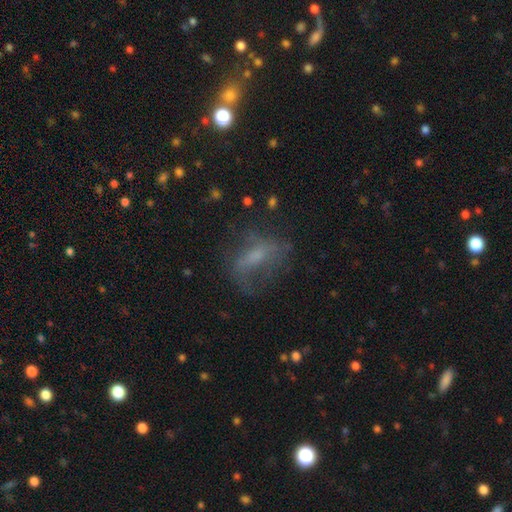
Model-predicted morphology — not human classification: Q: Smooth or featured?
A: smooth (43%); runner-up: featured or disk (40%)
Q: Merging?
A: none (47%); runner-up: major disturbance (28%)